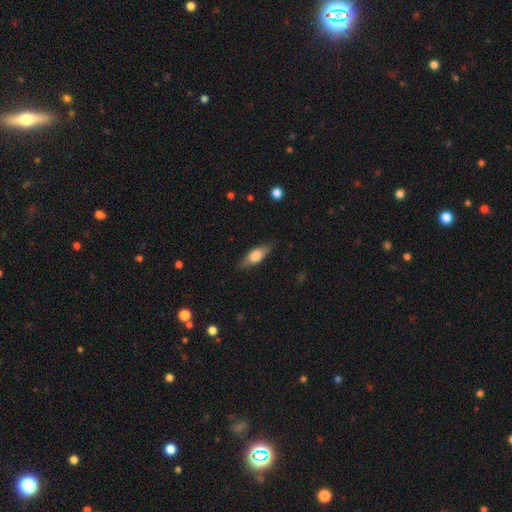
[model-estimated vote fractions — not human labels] Overall: smooth (67%; featured or disk 27%). How rounded: in between (70%). Merging: none (83%).